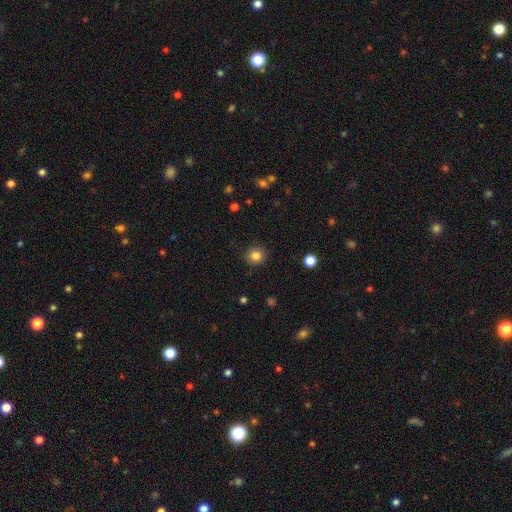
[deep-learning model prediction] Smooth or featured: smooth — 84% (star or artifact — 11%)
How rounded: round — 91% (in between — 8%)
Merging: none — 90% (minor disturbance — 6%)